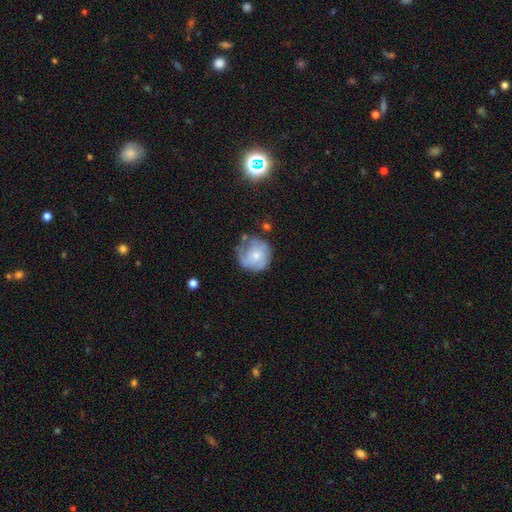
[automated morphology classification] The model was most divided on "bulge size": small: 46%, moderate: 45%, none: 4%, large: 4%, dominant: 1%. More confident: edge-on disk — no (98%); bar — no (78%); spiral arms — yes (71%); merging — none (56%); smooth or featured — featured or disk (52%).